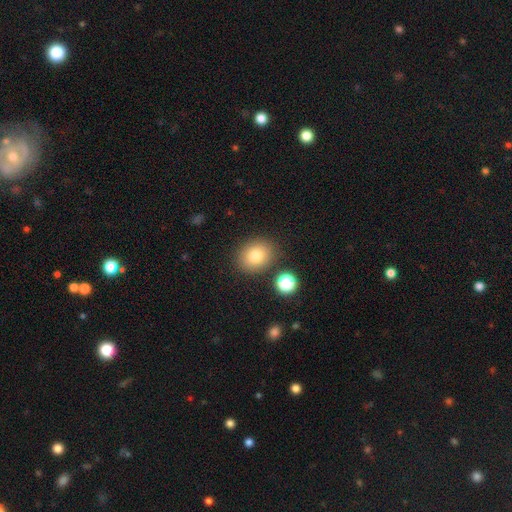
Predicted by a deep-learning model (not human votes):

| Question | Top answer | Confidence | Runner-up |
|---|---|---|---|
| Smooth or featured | smooth | 80% | star or artifact (11%) |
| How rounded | round | 61% | in between (38%) |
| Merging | none | 82% | minor disturbance (9%) |